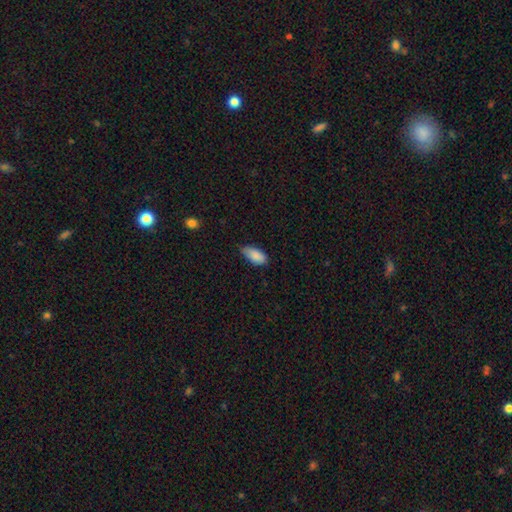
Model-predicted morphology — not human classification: Overall: smooth (88%). How rounded: in between (90%). Merging: none (62%; minor disturbance 33%).